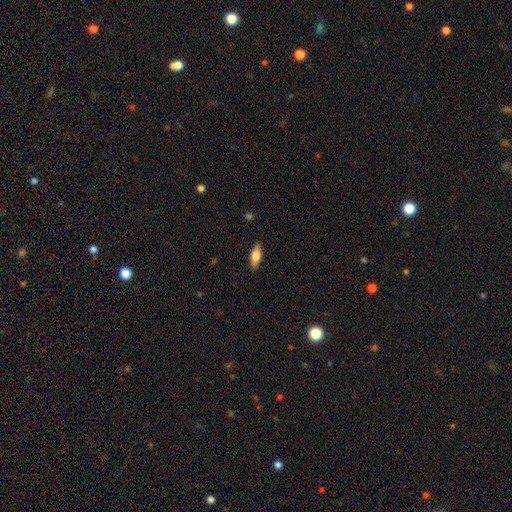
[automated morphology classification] A smooth galaxy with no disk features (62%) that is in between round and cigar-shaped (66%).

Vote fractions:
- Smooth or featured? smooth: 62% / featured or disk: 31% / star or artifact: 6%
- How rounded? in between: 66% / cigar-shaped: 31% / round: 3%
- Merging? none: 88% / minor disturbance: 9% / major disturbance: 2% / merger: 1%